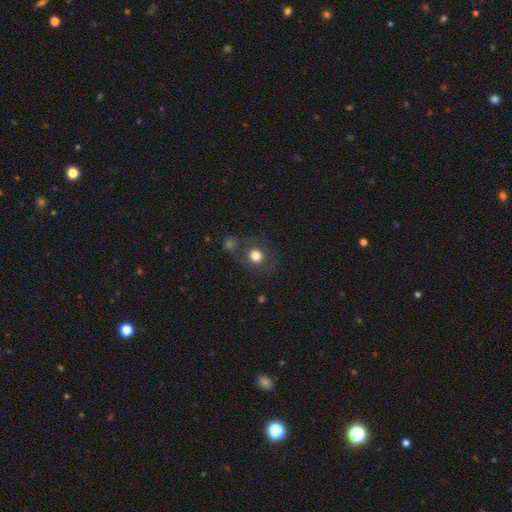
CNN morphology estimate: smooth_or_featured: smooth (p=0.76) [alt: featured or disk p=0.12]
how_rounded: round (p=0.73) [alt: in between p=0.26]
merging: none (p=0.66) [alt: merger p=0.14]